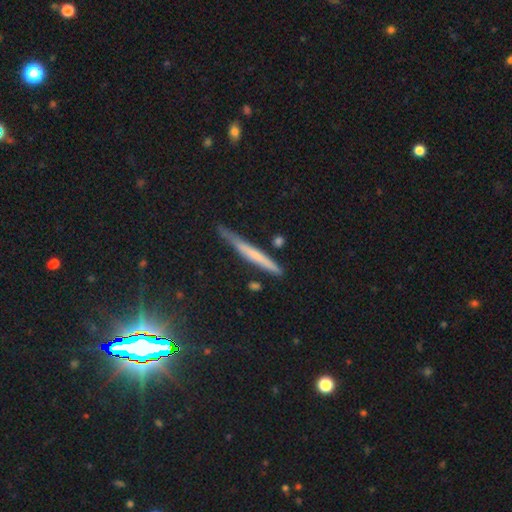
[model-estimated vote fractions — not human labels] This is possibly a smooth galaxy (50%). Merging: likely none (75%).